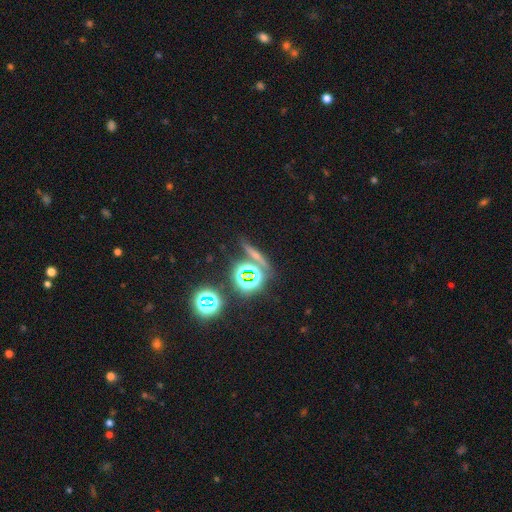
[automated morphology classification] A star or artifact, not a galaxy (41%).